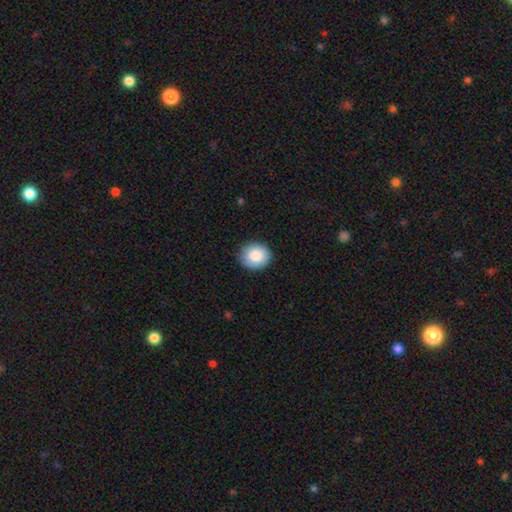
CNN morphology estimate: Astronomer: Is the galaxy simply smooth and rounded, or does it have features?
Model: smooth — 86%.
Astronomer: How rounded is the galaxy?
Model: round — 77%.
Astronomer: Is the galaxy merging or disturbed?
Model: none — 89%.